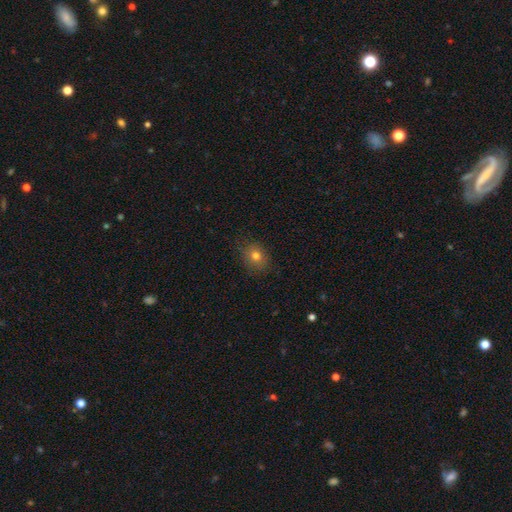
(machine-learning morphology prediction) Smooth or featured? smooth (77%)
How rounded? round (62%)
Merging? none (84%)